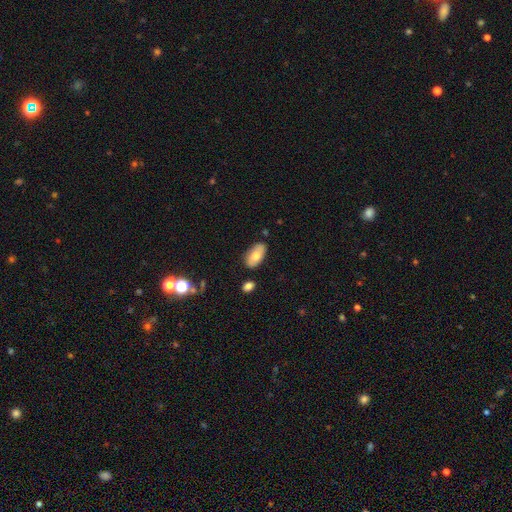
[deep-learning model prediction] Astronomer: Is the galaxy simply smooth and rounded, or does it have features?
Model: smooth — 73%.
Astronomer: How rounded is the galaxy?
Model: in between — 94%.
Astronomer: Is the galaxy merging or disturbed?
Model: none — 81%.